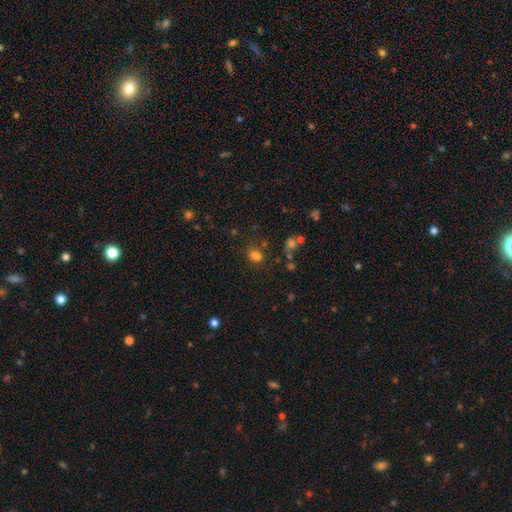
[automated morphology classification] A smooth galaxy with no disk features (72%) that is in between round and cigar-shaped (62%).

Vote fractions:
- Smooth or featured? smooth: 72% / star or artifact: 21% / featured or disk: 7%
- How rounded? in between: 62% / round: 36% / cigar-shaped: 2%
- Merging? none: 62% / merger: 17% / minor disturbance: 15% / major disturbance: 6%